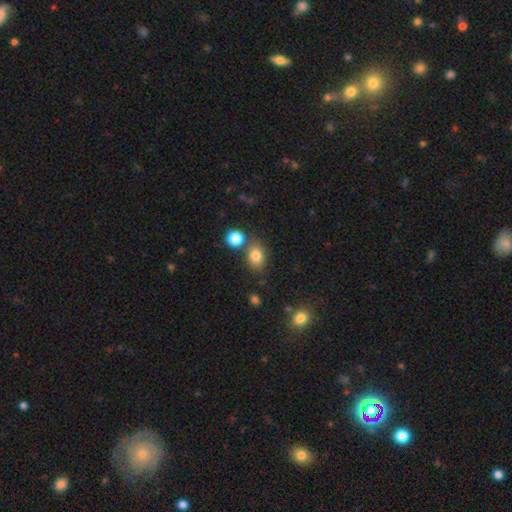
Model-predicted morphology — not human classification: A smooth galaxy with no disk features (81%) that is in between round and cigar-shaped (62%). Merging: none (69%).